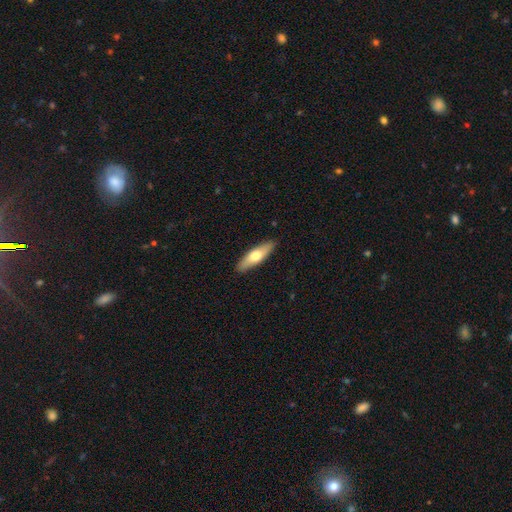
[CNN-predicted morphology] Q: Smooth or featured?
A: smooth (60%); runner-up: featured or disk (35%)
Q: How rounded?
A: cigar-shaped (59%); runner-up: in between (39%)
Q: Merging?
A: none (89%); runner-up: minor disturbance (8%)